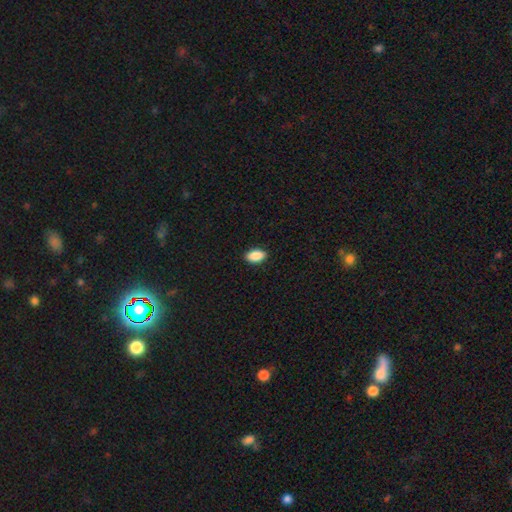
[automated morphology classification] Smooth or featured? smooth (90%)
How rounded? in between (92%)
Merging? none (90%)